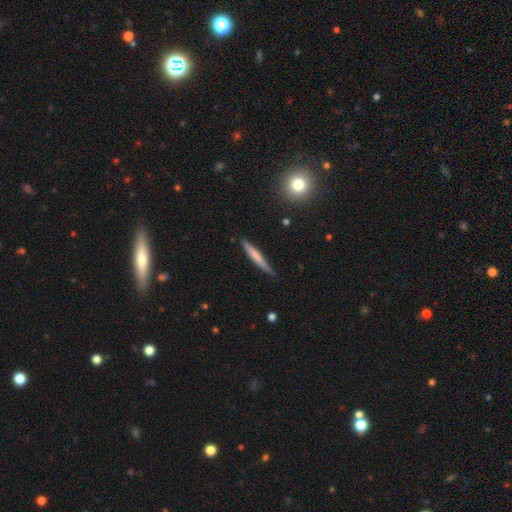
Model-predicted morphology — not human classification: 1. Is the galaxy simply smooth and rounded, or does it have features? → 60% smooth, 34% featured or disk, 6% star or artifact.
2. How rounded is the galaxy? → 95% cigar-shaped, 3% in between, 1% round.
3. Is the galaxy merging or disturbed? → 80% none, 16% minor disturbance, 2% major disturbance, 2% merger.